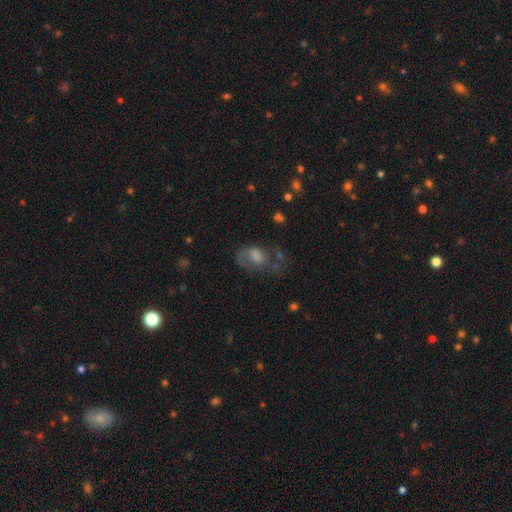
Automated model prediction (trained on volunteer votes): The model was most divided on "merging": major disturbance: 38%, none: 34%, minor disturbance: 23%, merger: 5%. More confident: how rounded — in between (81%); smooth or featured — smooth (50%).